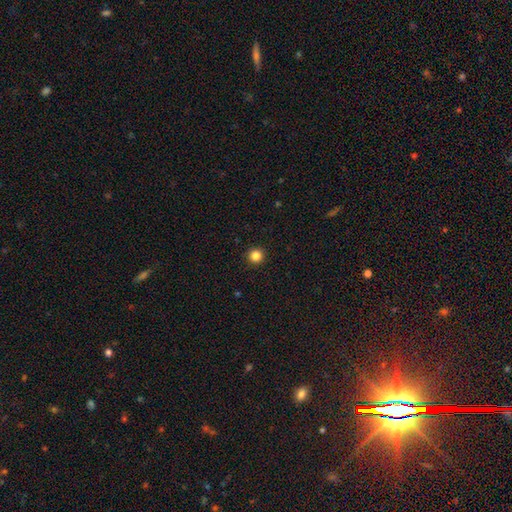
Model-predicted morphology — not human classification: Smooth or featured? Predicted: smooth (p=0.84). How rounded? Predicted: round (p=0.96). Merging? Predicted: none (p=0.94).